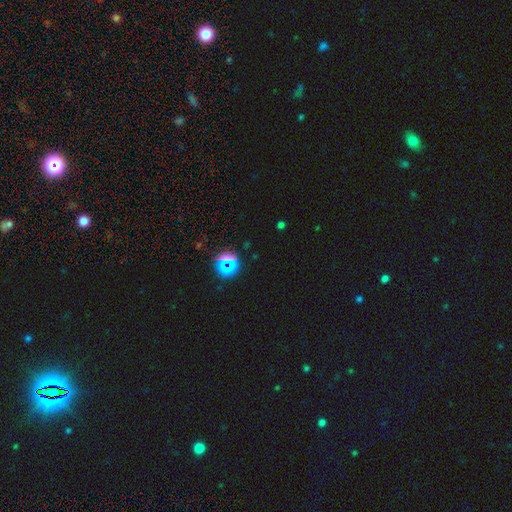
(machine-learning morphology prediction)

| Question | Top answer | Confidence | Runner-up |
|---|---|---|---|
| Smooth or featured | star or artifact | 70% | smooth (22%) |